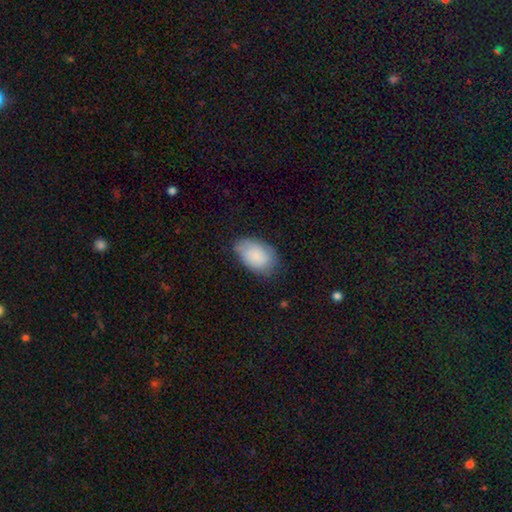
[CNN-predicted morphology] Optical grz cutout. It shows a smooth galaxy with no disk features (80%) that is in between round and cigar-shaped (91%). Merging: none (67%).